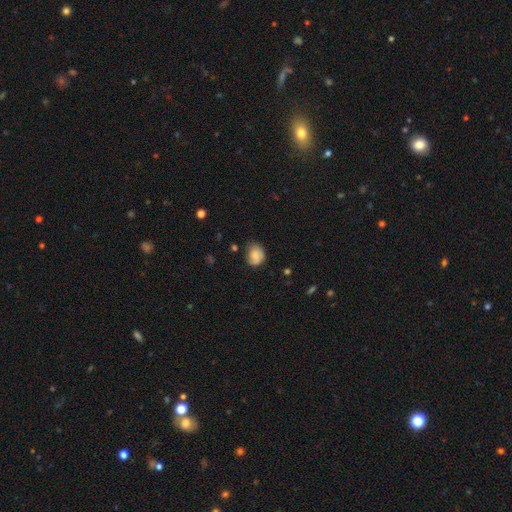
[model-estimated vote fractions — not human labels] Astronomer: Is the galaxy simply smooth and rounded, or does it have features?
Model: smooth — 80%.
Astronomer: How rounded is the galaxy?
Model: round — 51% (runner-up: in between, 48%).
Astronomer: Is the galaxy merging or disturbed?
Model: none — 58%.